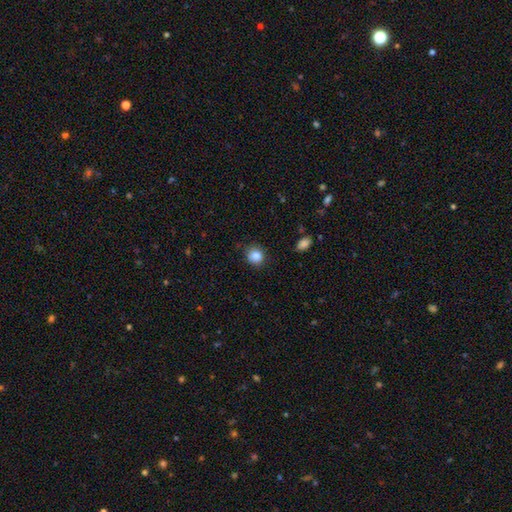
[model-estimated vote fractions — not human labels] Morphology: type=smooth (85%); roundness=round (85%); merging=none (85%).